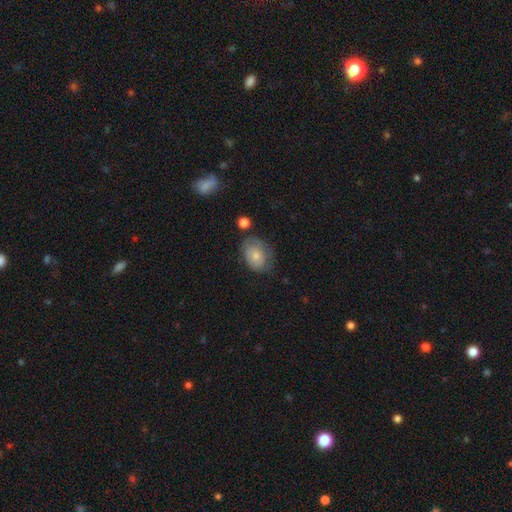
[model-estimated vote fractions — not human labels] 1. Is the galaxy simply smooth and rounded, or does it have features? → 63% smooth, 29% featured or disk, 7% star or artifact.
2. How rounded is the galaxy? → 69% in between, 30% round, 1% cigar-shaped.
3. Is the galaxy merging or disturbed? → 55% none, 30% minor disturbance, 11% major disturbance, 4% merger.